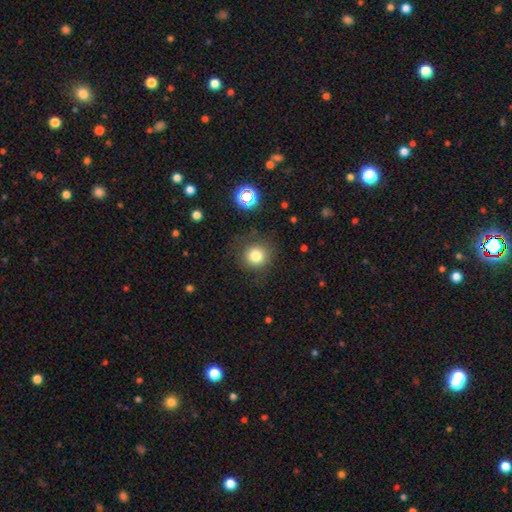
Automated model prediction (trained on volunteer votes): This is likely a smooth galaxy (79%). How rounded: clearly round (90%). Merging: clearly none (82%).